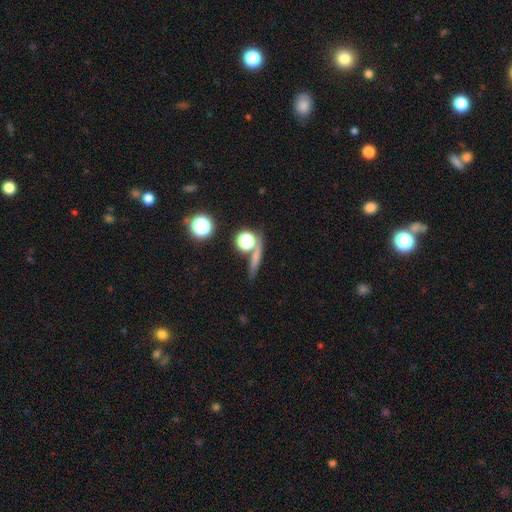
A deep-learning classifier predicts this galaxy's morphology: This appears to be a smooth galaxy with no disk features (56%) that is cigar-shaped (48%). Merging: none (72%).